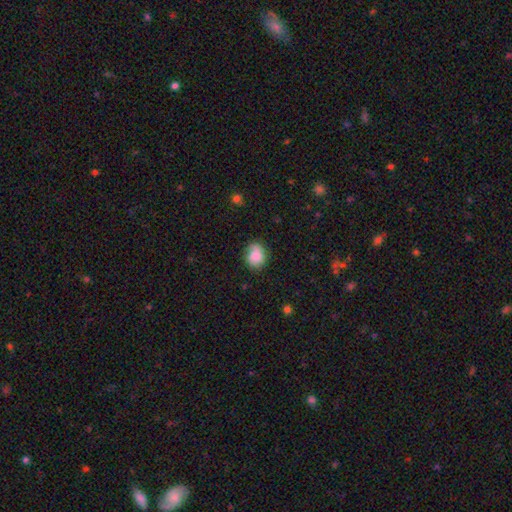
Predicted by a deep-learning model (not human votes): Smooth or featured? smooth (80%)
How rounded? round (56%)
Merging? none (64%)